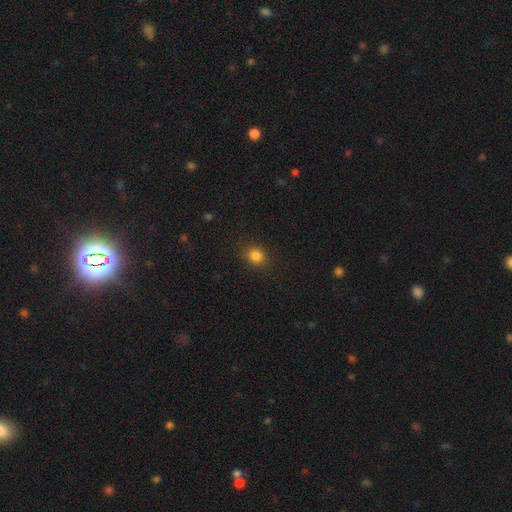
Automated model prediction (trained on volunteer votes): Overall: smooth (84%). How rounded: round (73%). Merging: none (87%).